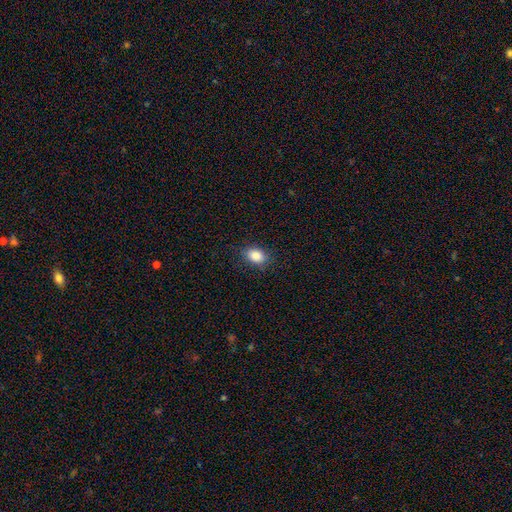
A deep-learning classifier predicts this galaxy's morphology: A smooth galaxy with no disk features (87%) that is in between round and cigar-shaped (76%).

Vote fractions:
- Smooth or featured? smooth: 87% / star or artifact: 9% / featured or disk: 5%
- How rounded? in between: 76% / round: 22% / cigar-shaped: 1%
- Merging? none: 83% / minor disturbance: 12% / major disturbance: 3% / merger: 1%